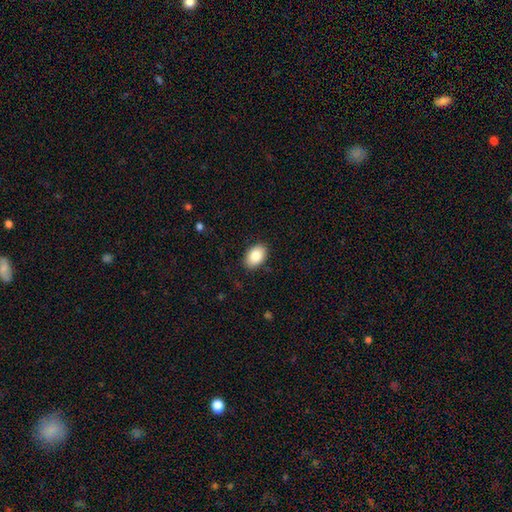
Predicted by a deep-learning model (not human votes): This appears to be a smooth galaxy with no disk features (85%) that is in between round and cigar-shaped (88%). Merging: none (88%).